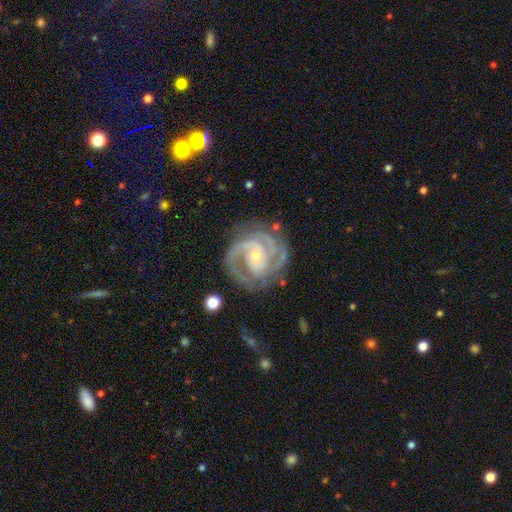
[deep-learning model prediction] This is clearly a featured or disk galaxy (92%). It is clearly not viewed edge-on (98%). Bar: likely no (61%). Spiral arm pattern: clearly yes (98%). Spiral arm count: marginally 2 (40%). Spiral winding: likely tight (61%). Central bulge: likely small (62%). Merging: likely none (74%).